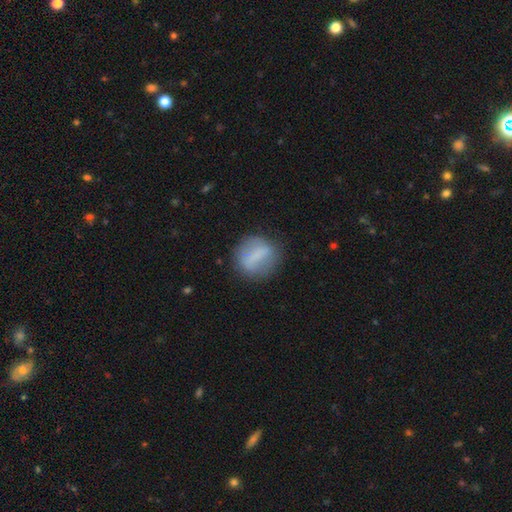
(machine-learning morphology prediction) smooth_or_featured: smooth (p=0.61) [alt: featured or disk p=0.31]
how_rounded: round (p=0.69) [alt: in between p=0.27]
merging: none (p=0.75) [alt: minor disturbance p=0.16]